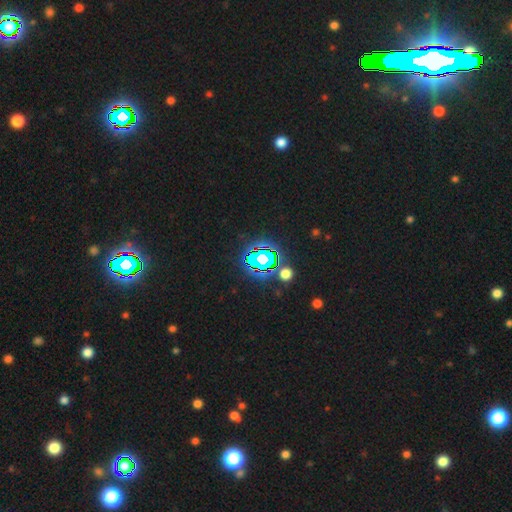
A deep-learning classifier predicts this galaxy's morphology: Smooth or featured: star or artifact — 84% (smooth — 10%)